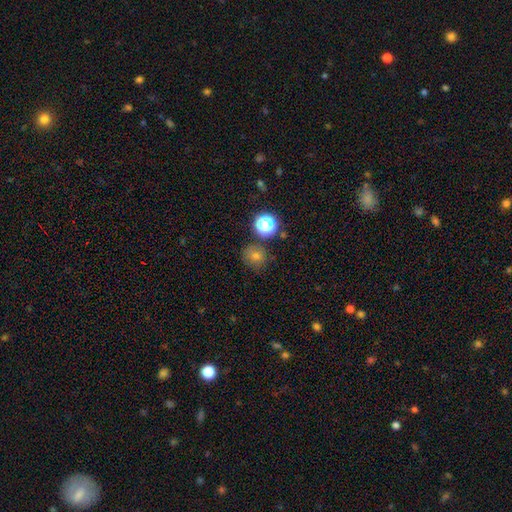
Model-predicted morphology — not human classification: smooth-or-featured: smooth: 57% | star or artifact: 32% | featured or disk: 11%
  how-rounded: round: 88% | in between: 10% | cigar-shaped: 1%
  merging: none: 81% | minor disturbance: 10% | merger: 6% | major disturbance: 3%